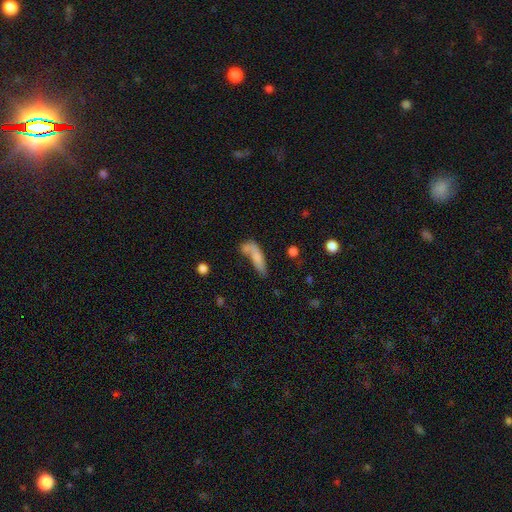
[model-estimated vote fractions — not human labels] A smooth galaxy with no disk features (72%) that is cigar-shaped (57%). Merging: none (36%).